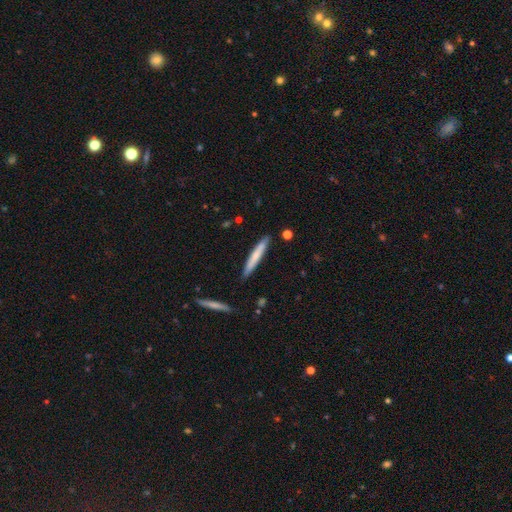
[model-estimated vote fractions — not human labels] A smooth galaxy with no disk features (65%) that is cigar-shaped (95%). Merging: none (88%).